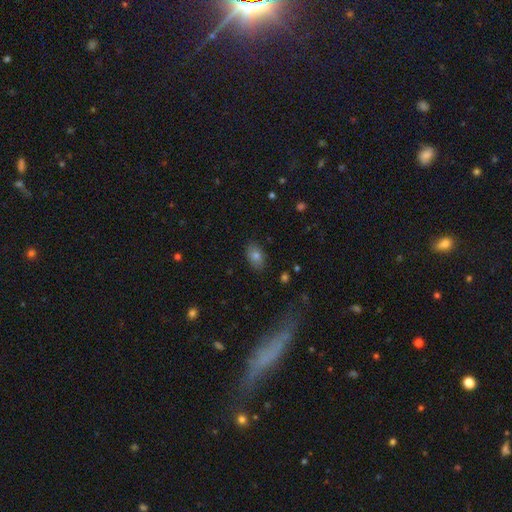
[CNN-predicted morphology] Smooth or featured: smooth — 76% (star or artifact — 12%)
How rounded: in between — 87% (round — 11%)
Merging: none — 85% (minor disturbance — 11%)